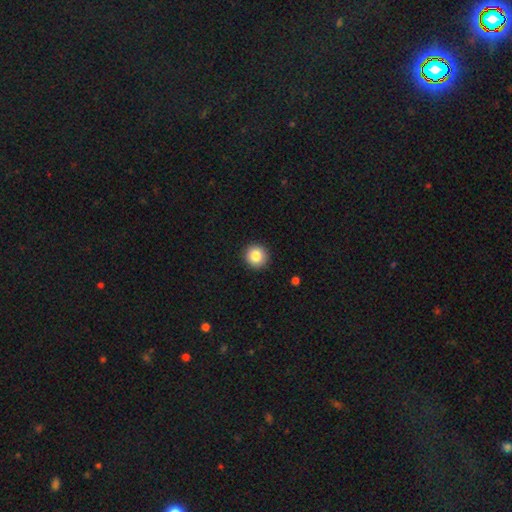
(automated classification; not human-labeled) The model was most divided on "smooth or featured": smooth: 84%, star or artifact: 9%, featured or disk: 6%. More confident: how rounded — round (93%); merging — none (92%).